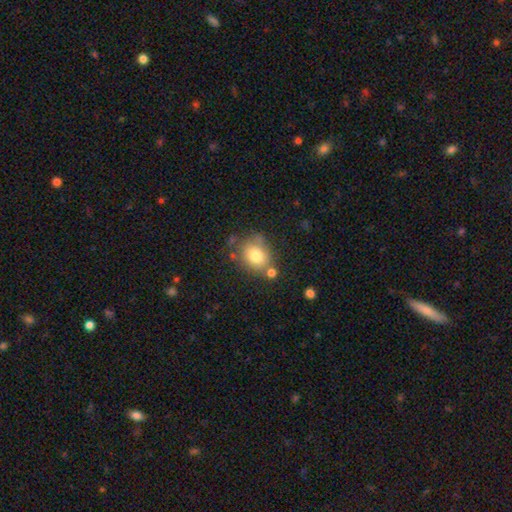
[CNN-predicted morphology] type=smooth (78%); roundness=round (57%); merging=none (63%).